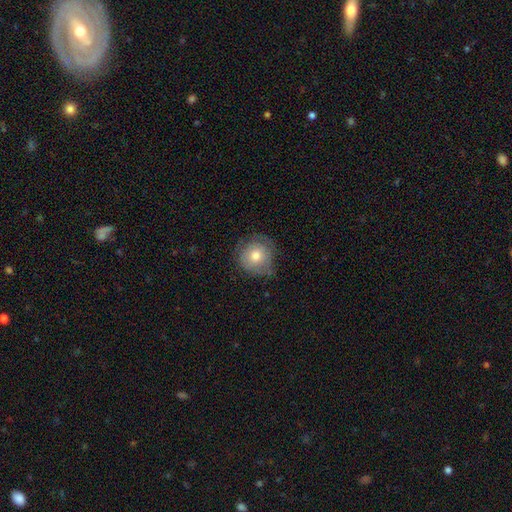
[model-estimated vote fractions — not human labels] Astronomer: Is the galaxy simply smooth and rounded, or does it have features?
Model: smooth — 66%.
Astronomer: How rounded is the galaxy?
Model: round — 91%.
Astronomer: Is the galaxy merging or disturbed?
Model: none — 65%.